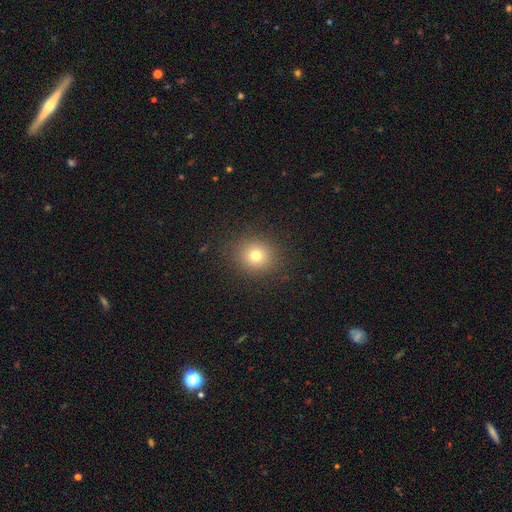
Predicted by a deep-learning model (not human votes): Smooth or featured: smooth — 76% (star or artifact — 15%)
How rounded: round — 85% (in between — 14%)
Merging: none — 89% (minor disturbance — 7%)